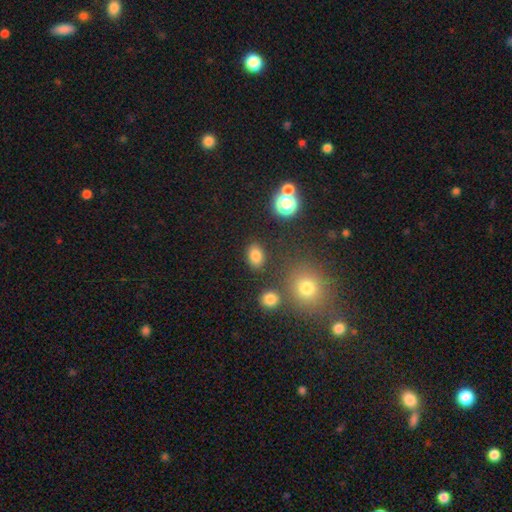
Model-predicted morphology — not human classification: Q: Smooth or featured?
A: smooth (81%); runner-up: star or artifact (13%)
Q: How rounded?
A: in between (77%); runner-up: round (21%)
Q: Merging?
A: none (83%); runner-up: minor disturbance (10%)